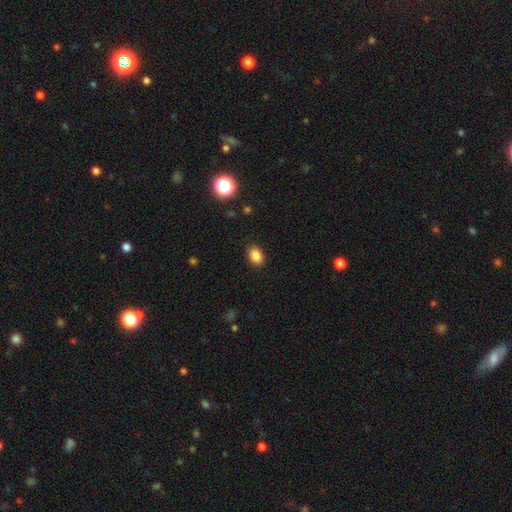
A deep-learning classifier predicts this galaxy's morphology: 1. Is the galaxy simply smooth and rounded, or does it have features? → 85% smooth, 10% star or artifact, 5% featured or disk.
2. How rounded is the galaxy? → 78% in between, 21% round, 1% cigar-shaped.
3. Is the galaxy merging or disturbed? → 89% none, 8% minor disturbance, 2% major disturbance, 1% merger.